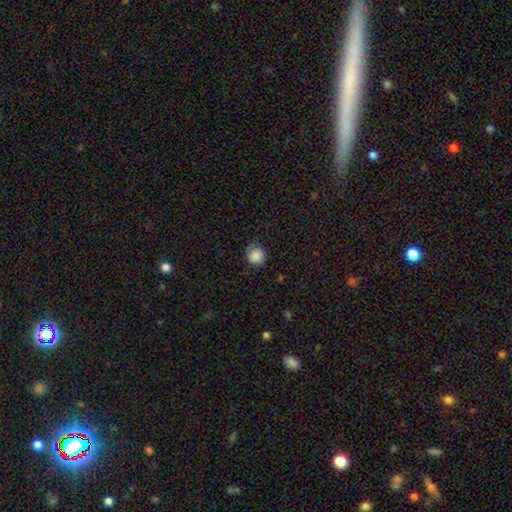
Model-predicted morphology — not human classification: smooth_or_featured: smooth (p=0.86) [alt: star or artifact p=0.08]
how_rounded: round (p=0.88) [alt: in between p=0.11]
merging: none (p=0.69) [alt: minor disturbance p=0.23]